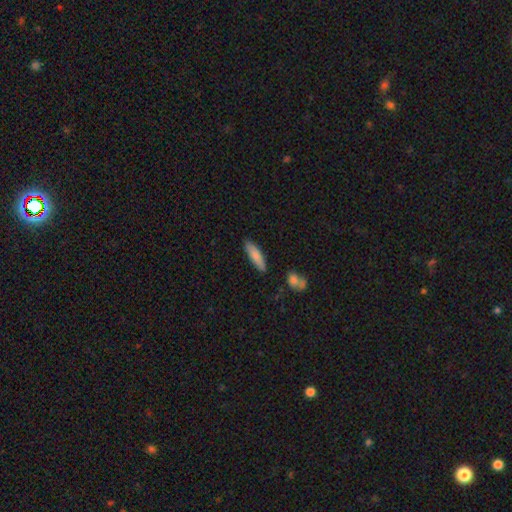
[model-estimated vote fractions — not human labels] A smooth galaxy with no disk features (81%) that is cigar-shaped (62%). Merging: none (86%).